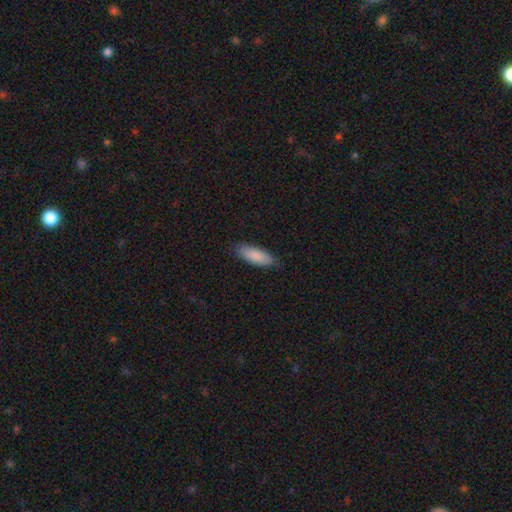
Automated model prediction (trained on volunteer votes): The model was most divided on "how rounded": in between: 70%, cigar-shaped: 29%, round: 2%. More confident: smooth or featured — smooth (88%); merging — none (84%).